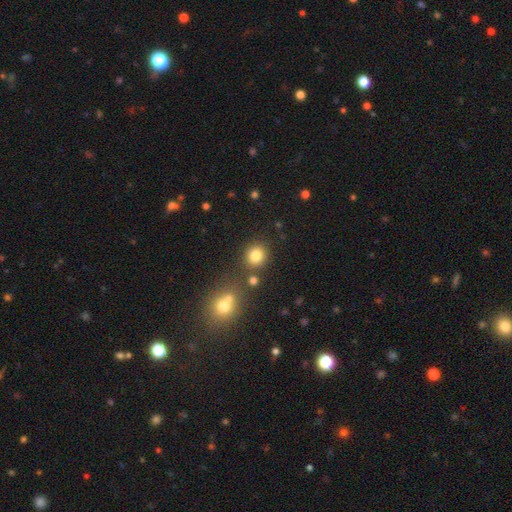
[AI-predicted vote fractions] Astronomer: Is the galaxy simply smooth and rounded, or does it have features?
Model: smooth — 82%.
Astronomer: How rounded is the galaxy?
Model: round — 80%.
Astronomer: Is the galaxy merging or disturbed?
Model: none — 80%.